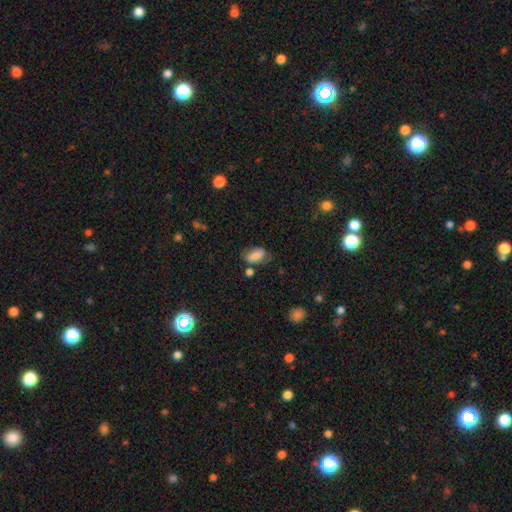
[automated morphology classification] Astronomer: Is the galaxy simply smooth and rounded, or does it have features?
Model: smooth — 75%.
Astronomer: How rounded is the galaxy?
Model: in between — 88%.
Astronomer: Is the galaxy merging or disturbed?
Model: none — 58%.